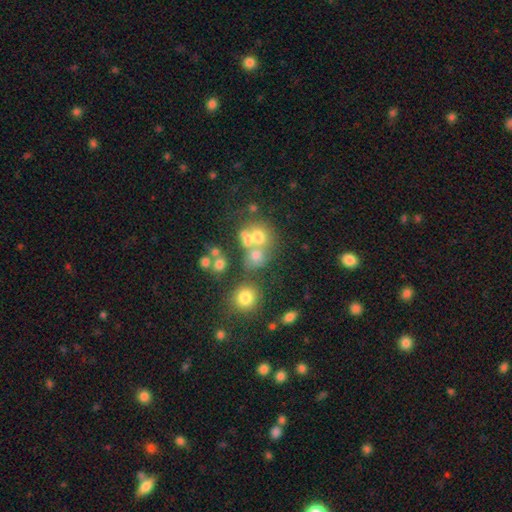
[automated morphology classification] This appears to be a smooth galaxy with no disk features (62%) that is round (72%). Merging: none (41%).